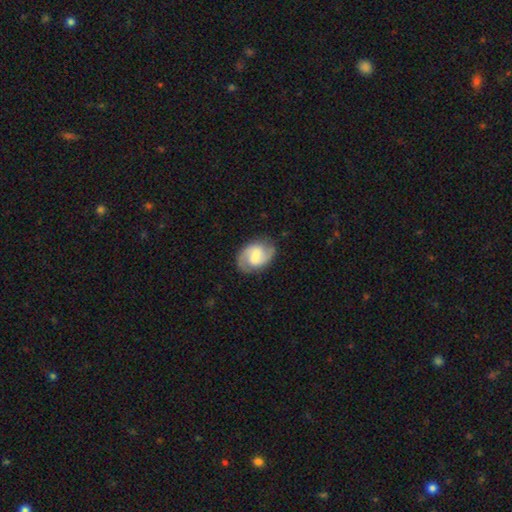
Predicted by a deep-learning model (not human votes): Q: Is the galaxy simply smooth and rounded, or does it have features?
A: featured or disk — 72%.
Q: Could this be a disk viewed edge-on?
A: no — 98%.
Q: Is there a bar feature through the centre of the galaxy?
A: weak — 54%.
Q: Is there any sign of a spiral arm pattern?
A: yes — 93%.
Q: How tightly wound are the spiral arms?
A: medium — 52%.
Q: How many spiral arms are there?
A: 2 — 89%.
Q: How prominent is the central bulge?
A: moderate — 32%.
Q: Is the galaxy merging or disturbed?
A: none — 79%.